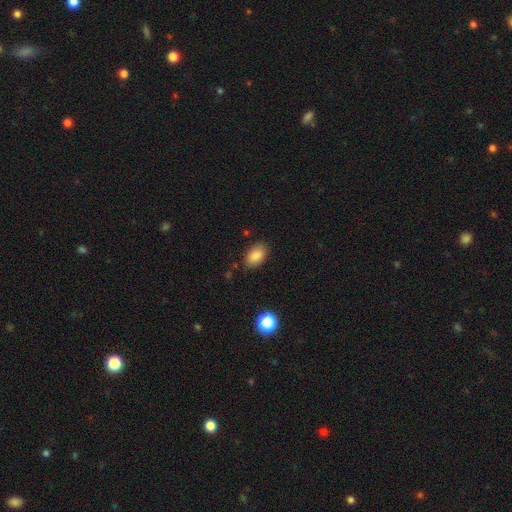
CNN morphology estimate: Overall: smooth (86%). How rounded: in between (90%). Merging: none (82%).